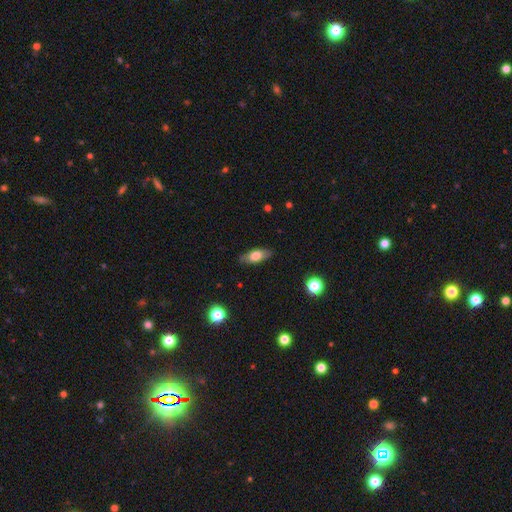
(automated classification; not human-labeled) smooth_or_featured: smooth (p=0.69) [alt: featured or disk p=0.24]
how_rounded: in between (p=0.79) [alt: cigar-shaped p=0.17]
merging: none (p=0.84) [alt: minor disturbance p=0.12]